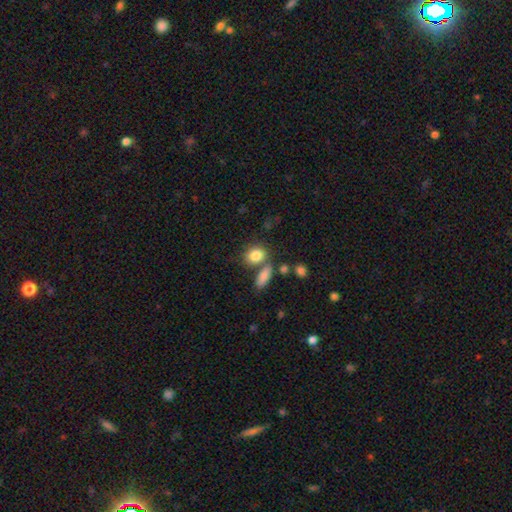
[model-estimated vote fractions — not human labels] Smooth or featured?
  - smooth: 84% *
  - star or artifact: 8%
  - featured or disk: 8%
How rounded?
  - in between: 61% *
  - round: 37%
  - cigar-shaped: 3%
Merging?
  - none: 57% *
  - merger: 26%
  - minor disturbance: 13%
  - major disturbance: 5%